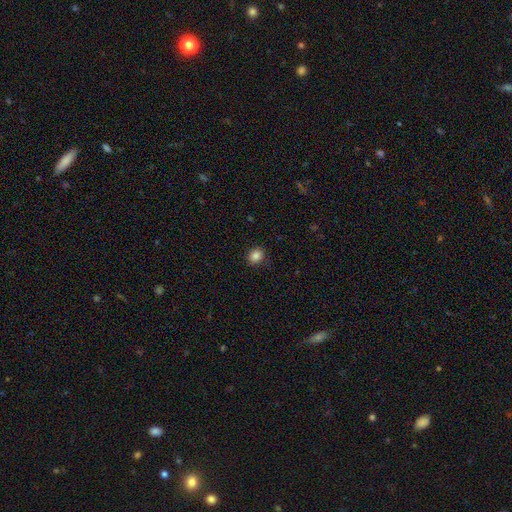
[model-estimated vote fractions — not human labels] smooth_or_featured: smooth (p=0.85) [alt: star or artifact p=0.11]
how_rounded: round (p=0.68) [alt: in between p=0.31]
merging: none (p=0.88) [alt: minor disturbance p=0.09]